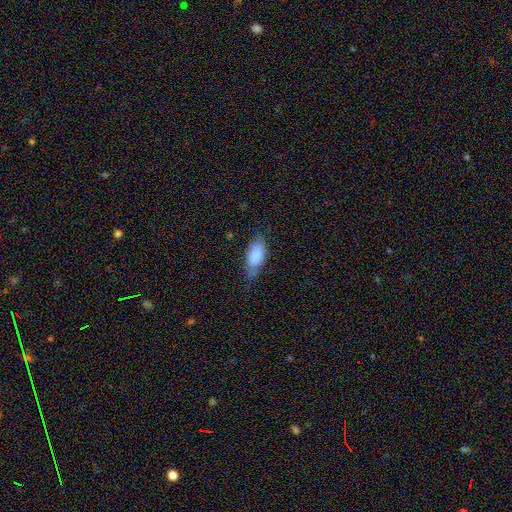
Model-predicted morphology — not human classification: Overall: smooth (84%). How rounded: in between (84%). Merging: none (65%; minor disturbance 27%).